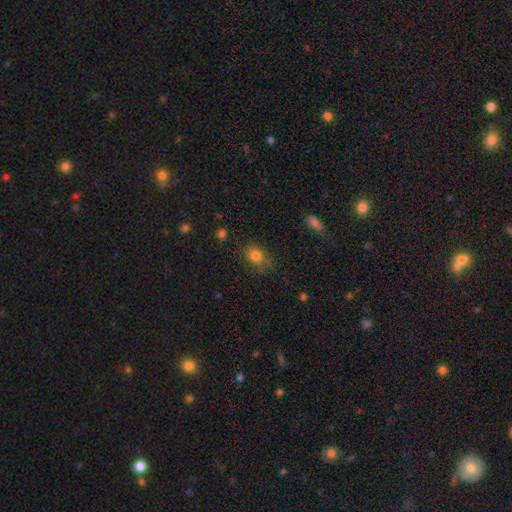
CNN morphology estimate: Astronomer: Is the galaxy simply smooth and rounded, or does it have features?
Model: smooth — 80%.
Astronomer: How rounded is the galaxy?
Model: round — 56% (runner-up: in between, 42%).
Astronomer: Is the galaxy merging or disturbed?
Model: none — 66%.